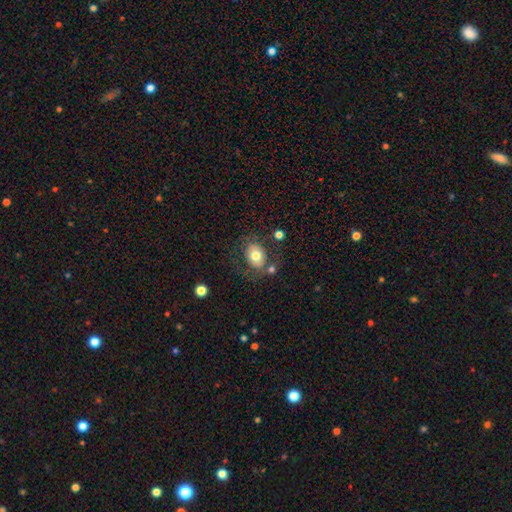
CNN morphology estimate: A smooth galaxy with no disk features (72%) that is in between round and cigar-shaped (61%).

Vote fractions:
- Smooth or featured? smooth: 72% / featured or disk: 20% / star or artifact: 9%
- How rounded? in between: 61% / round: 38% / cigar-shaped: 1%
- Merging? none: 67% / minor disturbance: 15% / merger: 9% / major disturbance: 8%